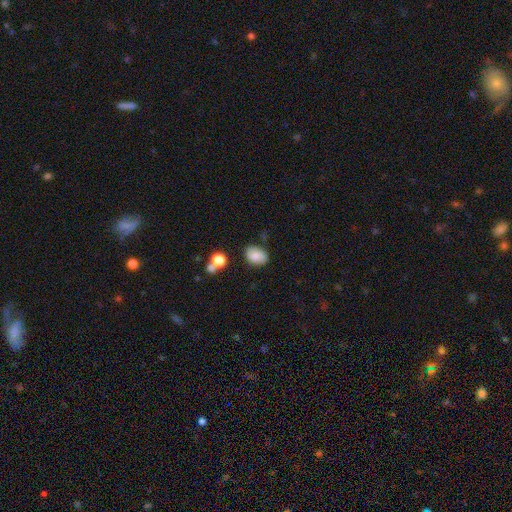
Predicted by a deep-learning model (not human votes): Smooth or featured? Predicted: smooth (p=0.77). How rounded? Predicted: in between (p=0.76). Merging? Predicted: none (p=0.69).